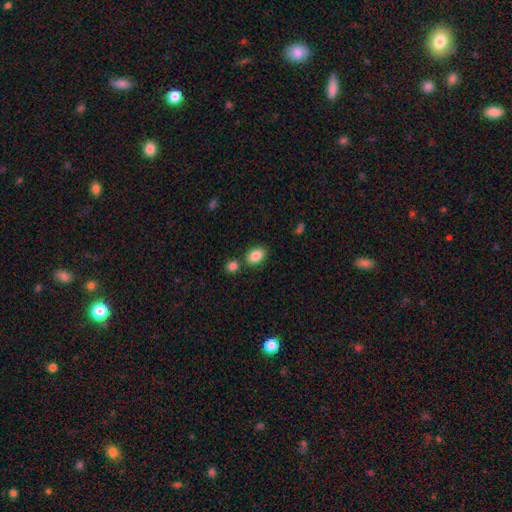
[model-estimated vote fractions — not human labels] smooth-or-featured: smooth: 86% | star or artifact: 8% | featured or disk: 6%
  how-rounded: in between: 83% | round: 15% | cigar-shaped: 1%
  merging: none: 76% | merger: 11% | minor disturbance: 10% | major disturbance: 3%